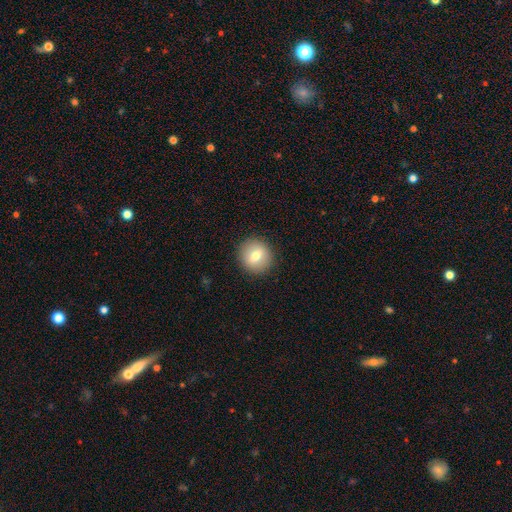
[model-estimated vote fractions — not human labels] smooth 71%, featured or disk 20%, star or artifact 9%. Down the decision tree: how rounded — round (89%); merging — none (90%).